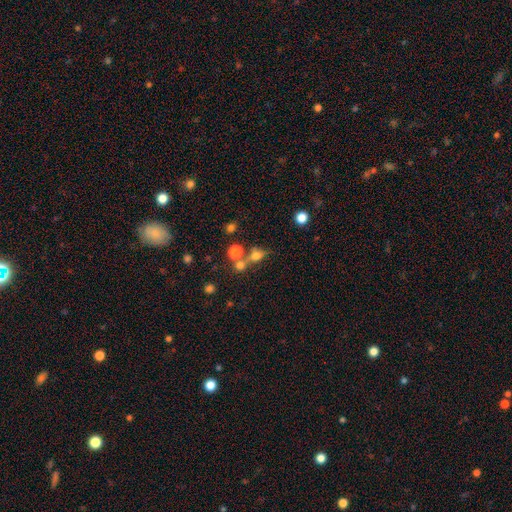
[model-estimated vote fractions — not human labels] Smooth or featured? Predicted: smooth (p=0.59). How rounded? Predicted: round (p=0.48). Merging? Predicted: none (p=0.50).